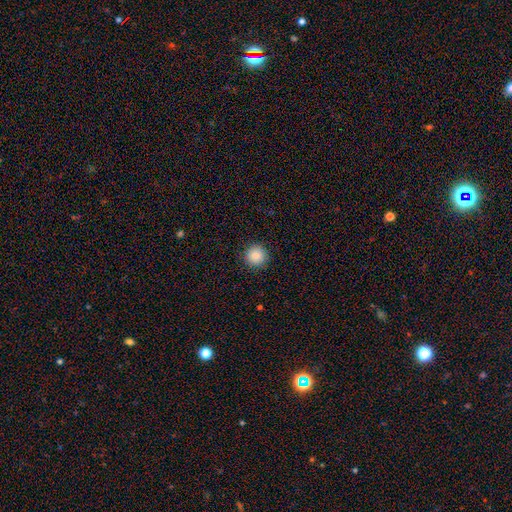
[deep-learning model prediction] This appears to be a smooth galaxy with no disk features (86%) that is round (95%). Merging: none (91%).